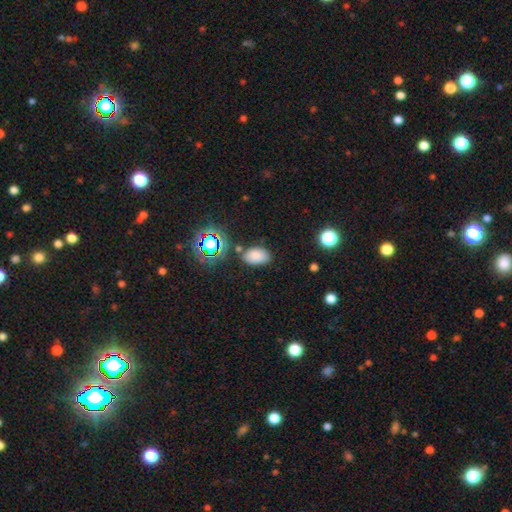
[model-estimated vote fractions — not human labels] smooth-or-featured: smooth: 77% | star or artifact: 16% | featured or disk: 7%
  how-rounded: in between: 90% | round: 9% | cigar-shaped: 1%
  merging: none: 79% | minor disturbance: 13% | merger: 4% | major disturbance: 4%